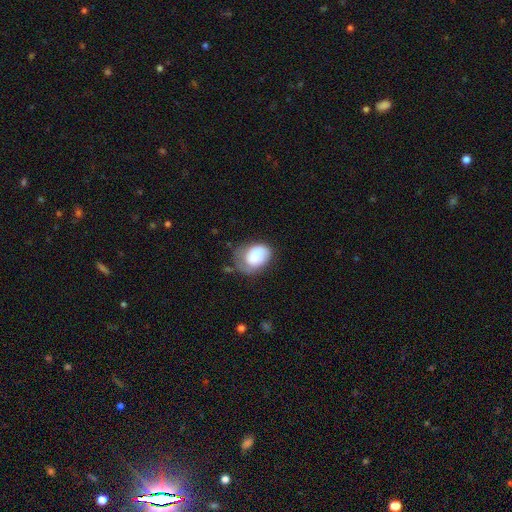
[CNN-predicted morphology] type=smooth (62%); roundness=in between (74%); merging=none (38%).